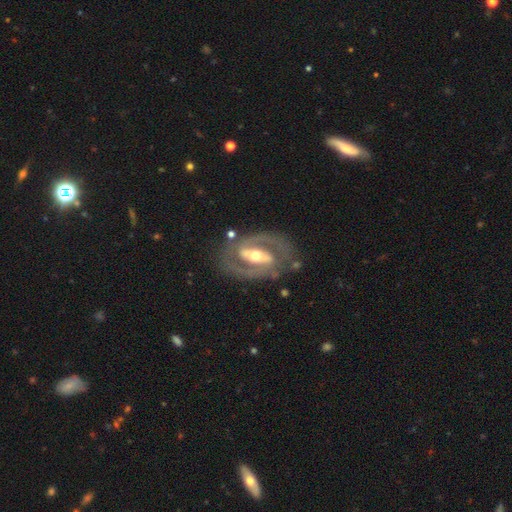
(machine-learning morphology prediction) This appears to be a featured or disk galaxy (86%) with a strong bar (66%), 2 (87%) medium (46%) spiral arms (82%) and a moderate central bulge (68%). Merging: none (77%).